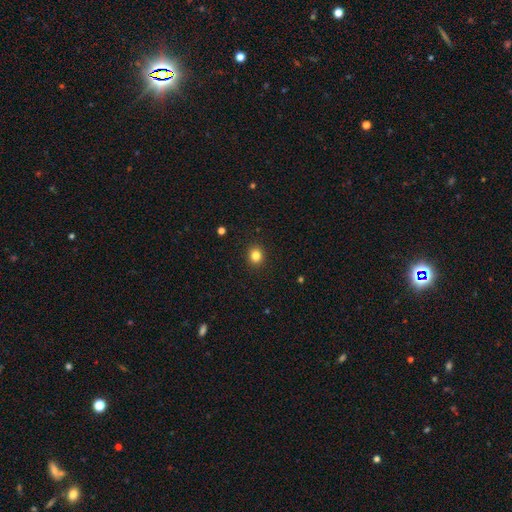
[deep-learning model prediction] Q: Smooth or featured?
A: smooth (83%); runner-up: star or artifact (12%)
Q: How rounded?
A: round (80%); runner-up: in between (19%)
Q: Merging?
A: none (92%); runner-up: minor disturbance (5%)